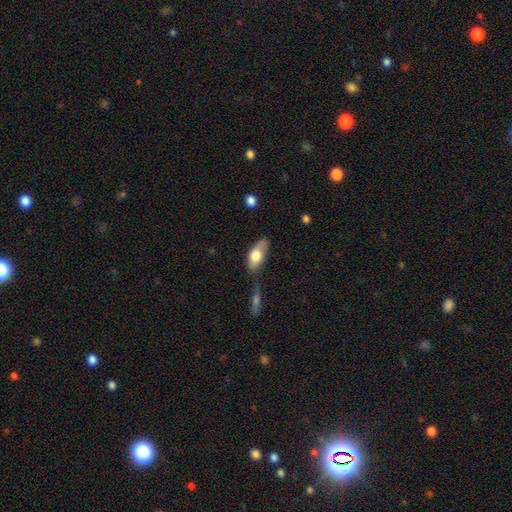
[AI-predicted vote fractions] Overall: smooth (74%). How rounded: in between (88%). Merging: none (42%; minor disturbance 28%).